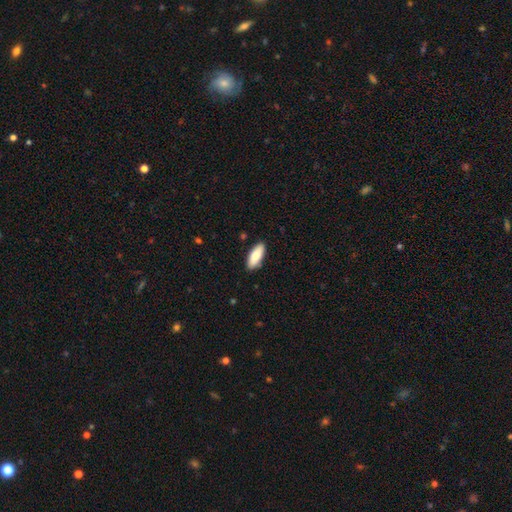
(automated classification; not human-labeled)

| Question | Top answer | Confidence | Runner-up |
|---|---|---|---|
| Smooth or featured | smooth | 86% | featured or disk (9%) |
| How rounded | in between | 78% | cigar-shaped (20%) |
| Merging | none | 88% | minor disturbance (9%) |